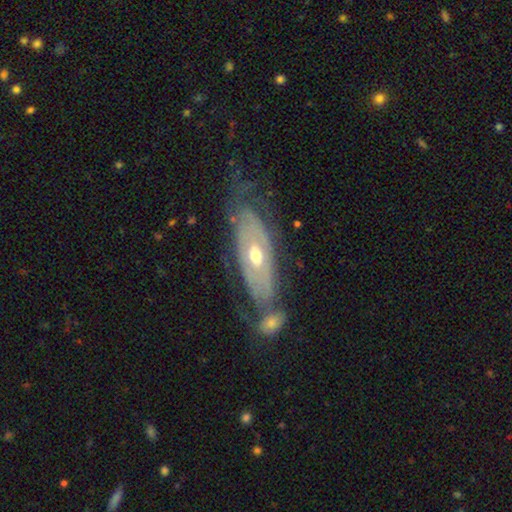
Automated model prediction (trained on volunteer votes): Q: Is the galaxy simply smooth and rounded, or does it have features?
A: featured or disk — 76%.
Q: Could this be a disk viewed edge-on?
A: no — 83%.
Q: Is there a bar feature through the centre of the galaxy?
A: no — 71%.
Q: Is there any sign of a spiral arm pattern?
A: yes — 65%.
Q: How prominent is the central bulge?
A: moderate — 71%.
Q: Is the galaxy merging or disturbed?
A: none — 57%.